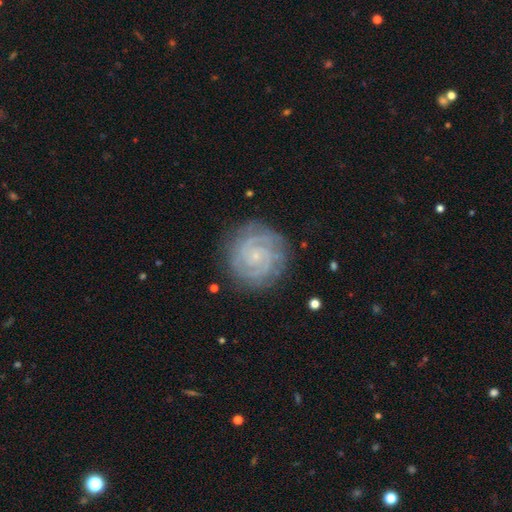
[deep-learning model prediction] Overall: featured or disk (88%). Edge-on disk: no (98%). Bar: no (72%). Spiral arms: yes (98%). Spiral arm count: 2 (49%; 3 21%). Spiral winding: tight (80%). Bulge size: small (85%). Merging: none (82%).